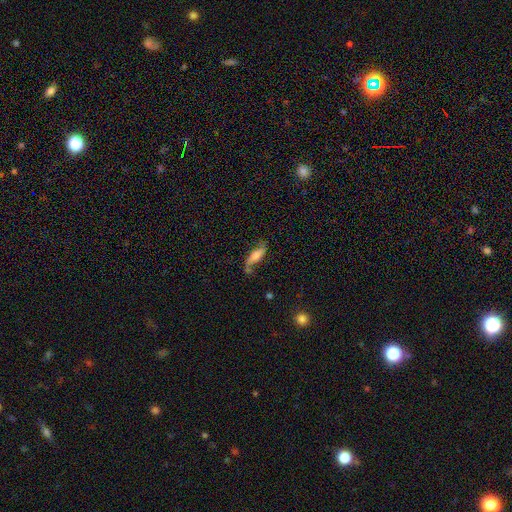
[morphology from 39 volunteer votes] type=featured or disk (54%); edge-on=no (57%); bar=strong (33%, tied with weak and no); spiral arms=yes (100%); winding=loose (75%); arm count=2 (83%); bulge=moderate (67%); merging=none (63%).